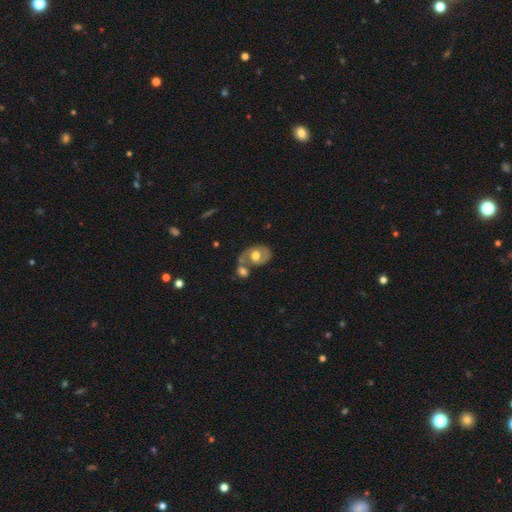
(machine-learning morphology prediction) Overall: featured or disk (55%; smooth 38%). Edge-on disk: no (95%). Bar: no (77%). Spiral arms: no (53%; yes 47%). Bulge size: moderate (60%; large 32%). Merging: merger (40%; none 36%).